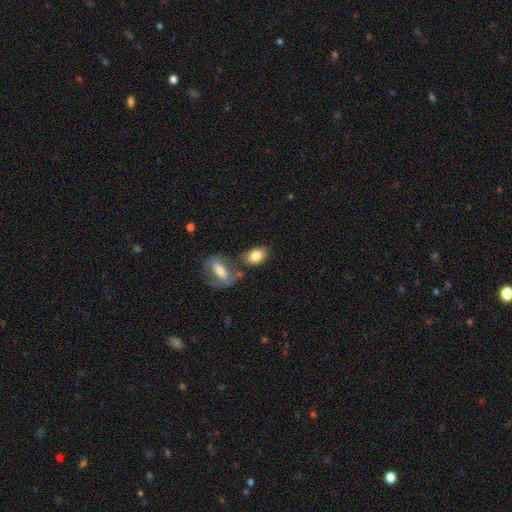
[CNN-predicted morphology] A smooth galaxy with no disk features (80%) that is in between round and cigar-shaped (83%). Merging: none (54%).